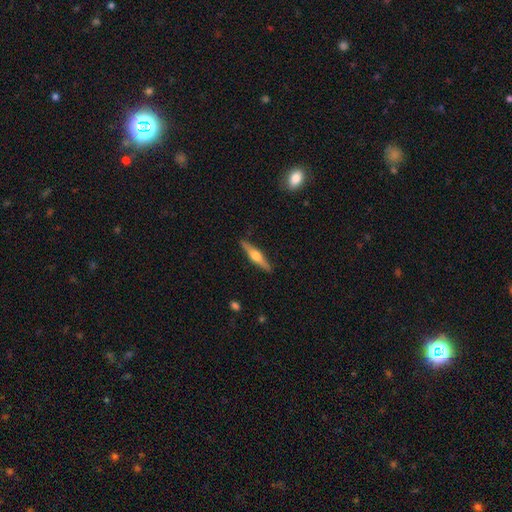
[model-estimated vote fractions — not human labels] Smooth or featured?
  - featured or disk: 63% *
  - smooth: 32%
  - star or artifact: 5%
Edge-on disk?
  - yes: 97% *
  - no: 3%
Edge-on bulge?
  - rounded: 94% *
  - boxy: 3%
  - none: 3%
Merging?
  - none: 89% *
  - minor disturbance: 8%
  - major disturbance: 2%
  - merger: 1%